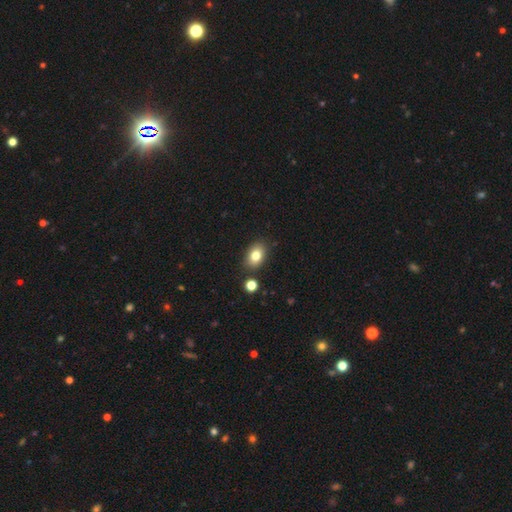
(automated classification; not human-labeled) This is clearly a smooth galaxy (80%). How rounded: likely in between (80%). Merging: clearly none (84%).